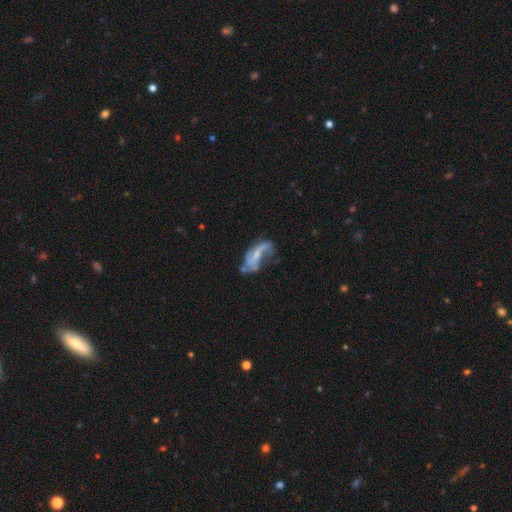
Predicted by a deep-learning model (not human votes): Smooth or featured? featured or disk (69%)
Edge-on disk? no (93%)
Bar? no (48%)
Spiral arms? yes (72%)
Bulge size? small (48%)
Merging? major disturbance (34%)